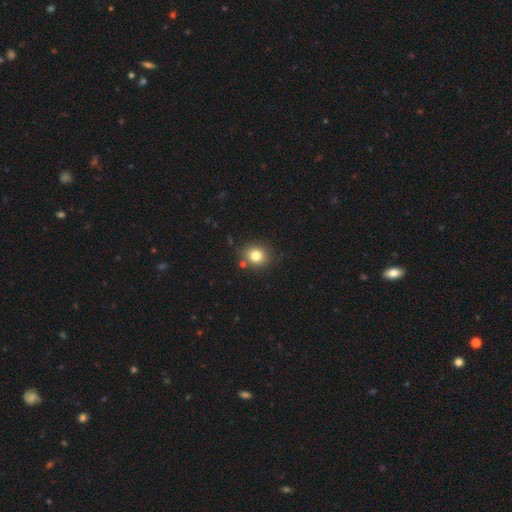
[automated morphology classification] type=smooth (81%); roundness=round (76%); merging=none (82%).